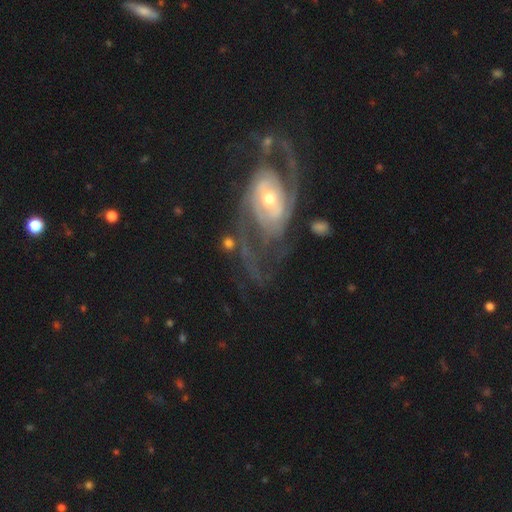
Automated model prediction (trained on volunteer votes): featured or disk 87%, smooth 7%, star or artifact 6%. Down the decision tree: edge-on disk — no (96%); bar — no (50%); spiral arms — yes (92%); spiral arm count — 2 (75%); spiral winding — medium (45%); bulge size — small (50%); merging — none (60%).